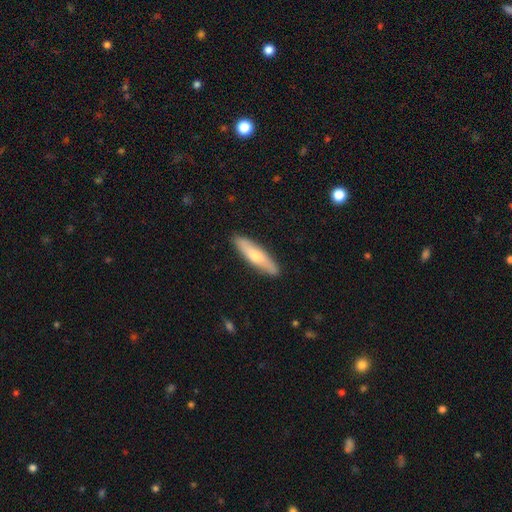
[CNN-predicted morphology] smooth 58%, featured or disk 37%, star or artifact 5%. Down the decision tree: how rounded — cigar-shaped (72%); merging — none (89%).